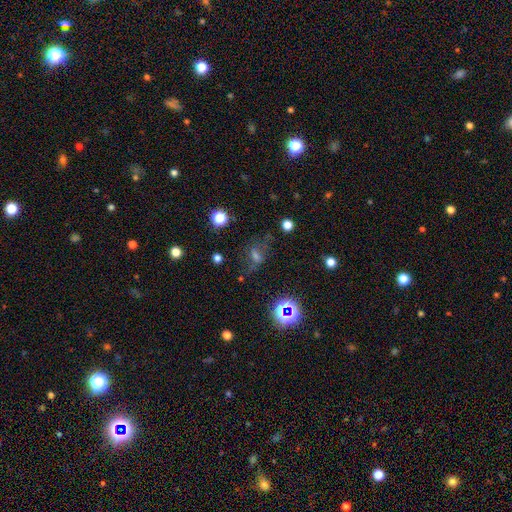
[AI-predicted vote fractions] The model was most divided on "smooth or featured": star or artifact: 39%, smooth: 31%, featured or disk: 30%.